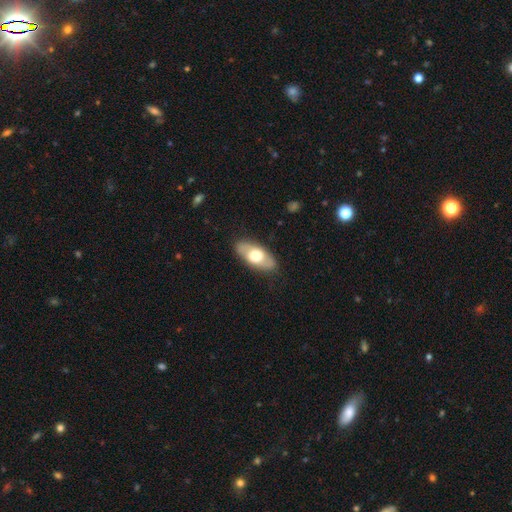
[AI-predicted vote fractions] Smooth or featured? Predicted: smooth (p=0.56). How rounded? Predicted: in between (p=0.88). Merging? Predicted: none (p=0.84).